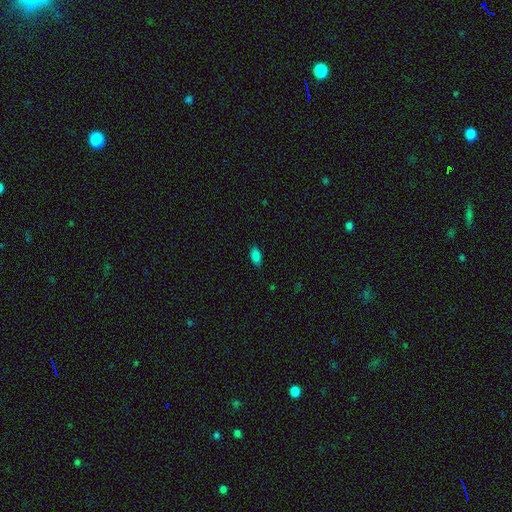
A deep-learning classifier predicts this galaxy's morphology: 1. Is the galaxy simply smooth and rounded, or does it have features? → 84% smooth, 11% star or artifact, 6% featured or disk.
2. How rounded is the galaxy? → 90% in between, 6% cigar-shaped, 4% round.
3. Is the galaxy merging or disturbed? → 85% none, 11% minor disturbance, 2% major disturbance, 1% merger.